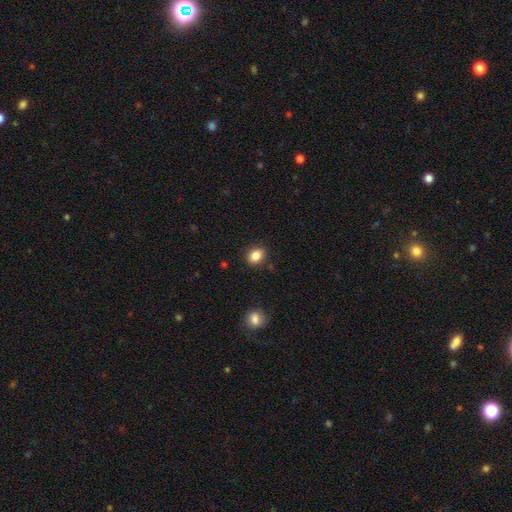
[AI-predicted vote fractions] This appears to be a smooth galaxy with no disk features (85%) that is in between round and cigar-shaped (54%). Merging: none (87%).